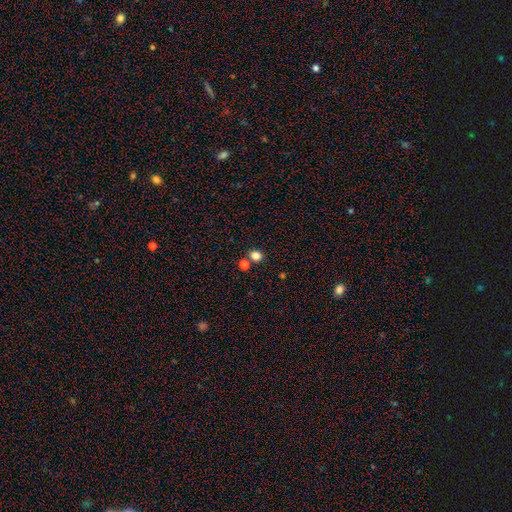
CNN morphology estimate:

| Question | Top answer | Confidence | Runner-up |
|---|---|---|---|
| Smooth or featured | smooth | 82% | star or artifact (13%) |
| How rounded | round | 69% | in between (30%) |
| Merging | none | 72% | merger (17%) |